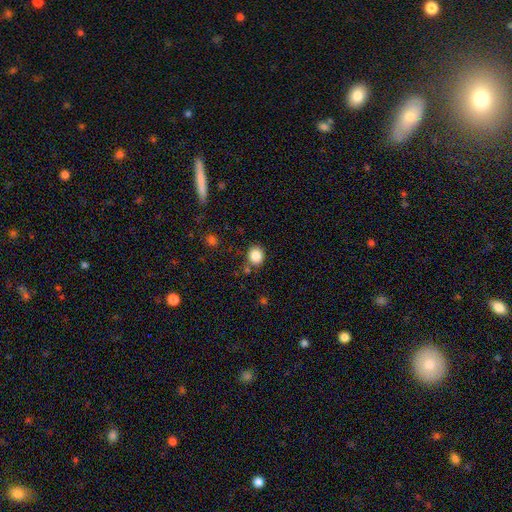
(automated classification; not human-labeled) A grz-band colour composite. It shows a smooth galaxy with no disk features (86%) that is round (78%). Merging: none (81%).